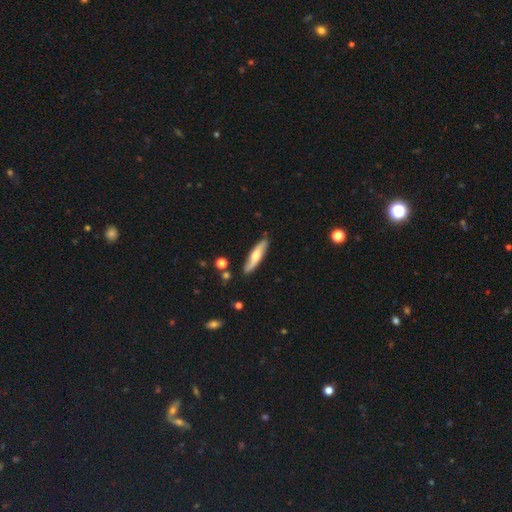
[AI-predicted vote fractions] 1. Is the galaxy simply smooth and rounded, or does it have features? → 49% smooth, 45% featured or disk, 6% star or artifact.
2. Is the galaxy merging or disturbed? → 85% none, 11% minor disturbance, 2% merger, 2% major disturbance.